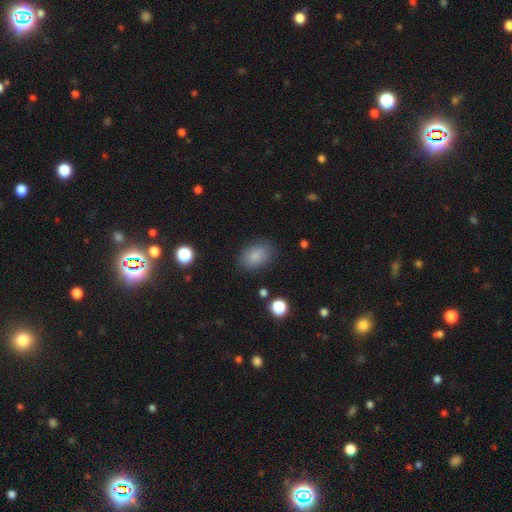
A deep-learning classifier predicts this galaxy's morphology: A smooth galaxy with no disk features (84%) that is in between round and cigar-shaped (81%). Merging: none (80%).